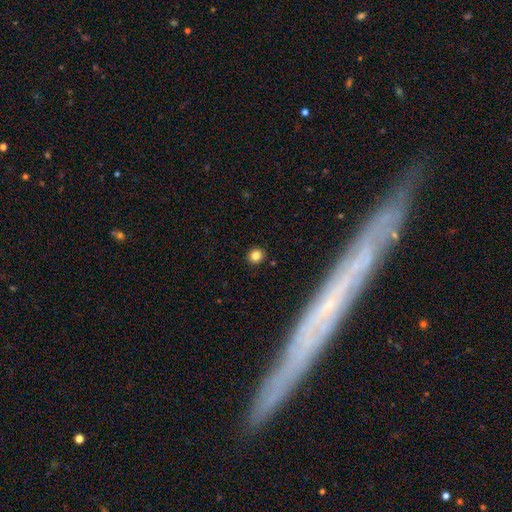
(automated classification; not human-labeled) Q: Smooth or featured?
A: smooth (82%); runner-up: star or artifact (13%)
Q: How rounded?
A: round (86%); runner-up: in between (13%)
Q: Merging?
A: none (91%); runner-up: minor disturbance (6%)